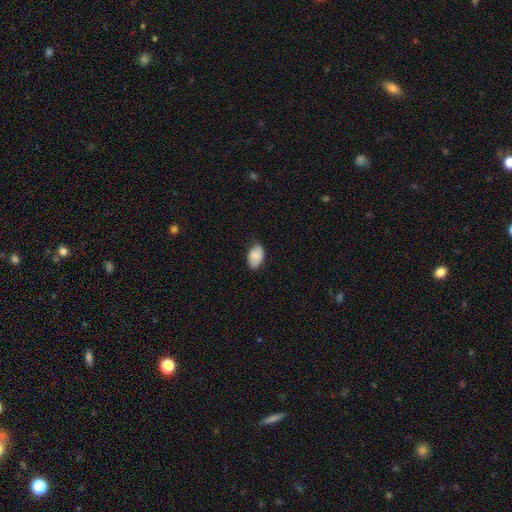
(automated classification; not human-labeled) smooth-or-featured: smooth: 85% | featured or disk: 8% | star or artifact: 7%
  how-rounded: in between: 92% | round: 7% | cigar-shaped: 1%
  merging: none: 72% | minor disturbance: 23% | major disturbance: 4% | merger: 1%